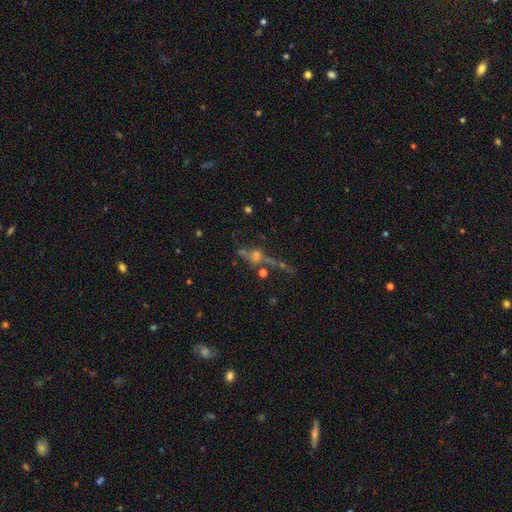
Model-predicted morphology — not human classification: This is marginally a featured or disk galaxy (44%). Merging: possibly none (46%).